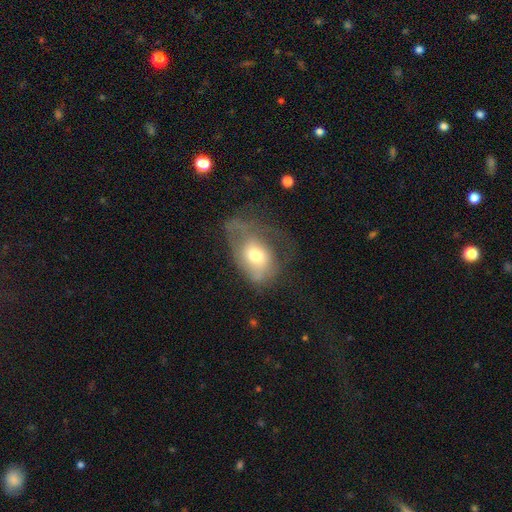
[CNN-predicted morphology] smooth-or-featured: smooth: 57% | featured or disk: 34% | star or artifact: 9%
  how-rounded: in between: 73% | round: 26% | cigar-shaped: 1%
  merging: major disturbance: 49% | minor disturbance: 25% | none: 23% | merger: 3%